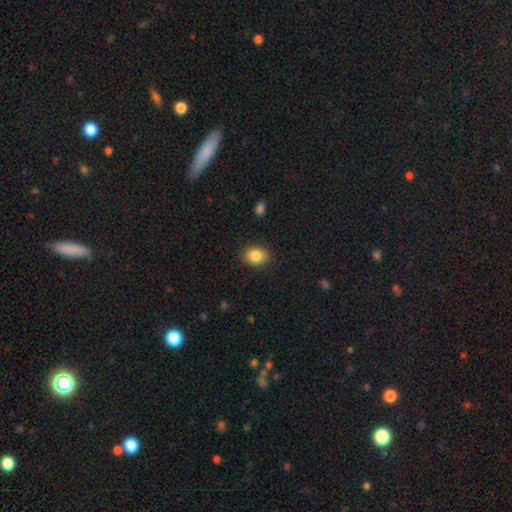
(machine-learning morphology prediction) smooth 86%, star or artifact 9%, featured or disk 6%. Down the decision tree: how rounded — in between (50%); merging — none (89%).